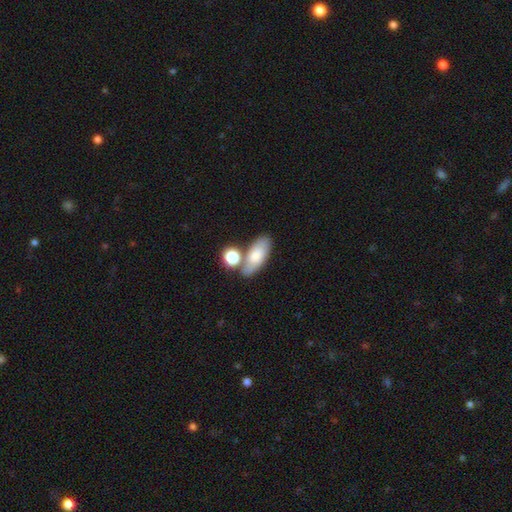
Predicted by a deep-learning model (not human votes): Smooth or featured?
  - smooth: 73% *
  - featured or disk: 20%
  - star or artifact: 8%
How rounded?
  - in between: 80% *
  - cigar-shaped: 14%
  - round: 6%
Merging?
  - none: 60% *
  - merger: 21%
  - minor disturbance: 14%
  - major disturbance: 5%